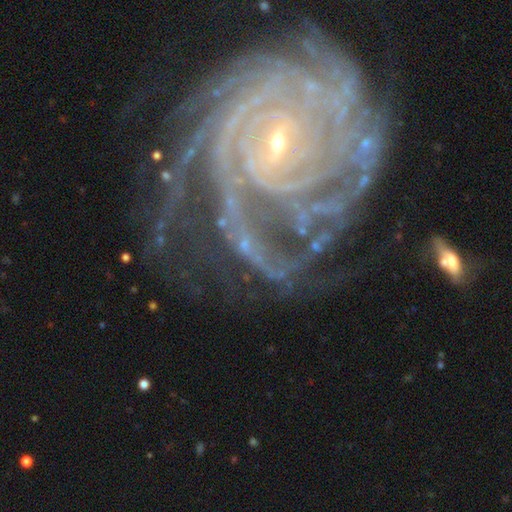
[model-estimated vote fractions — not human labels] A featured or disk galaxy (89%) with a weak bar (38%), more than 4 (23%) tight (79%) spiral arms (98%) and a small central bulge (81%). Merging: none (61%).